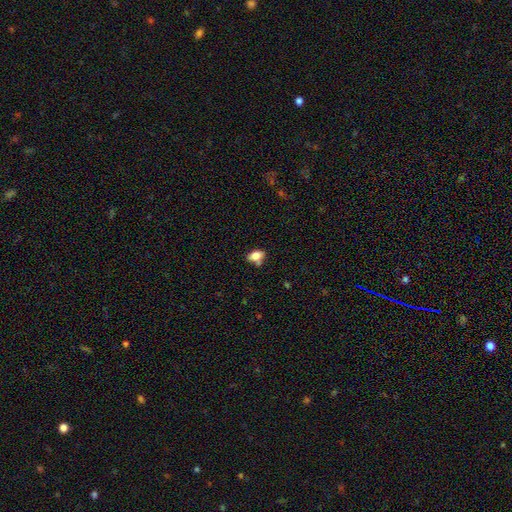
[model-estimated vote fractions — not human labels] smooth_or_featured: smooth (p=0.77) [alt: featured or disk p=0.14]
how_rounded: in between (p=0.82) [alt: round p=0.14]
merging: none (p=0.58) [alt: minor disturbance p=0.22]